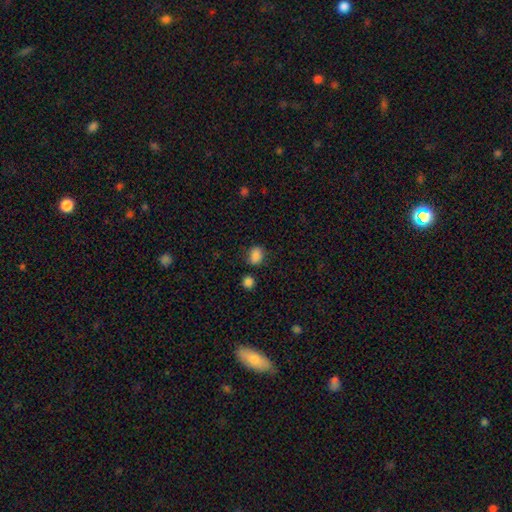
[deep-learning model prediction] This is clearly a smooth galaxy (86%). How rounded: possibly in between (54%). Merging: likely none (77%).